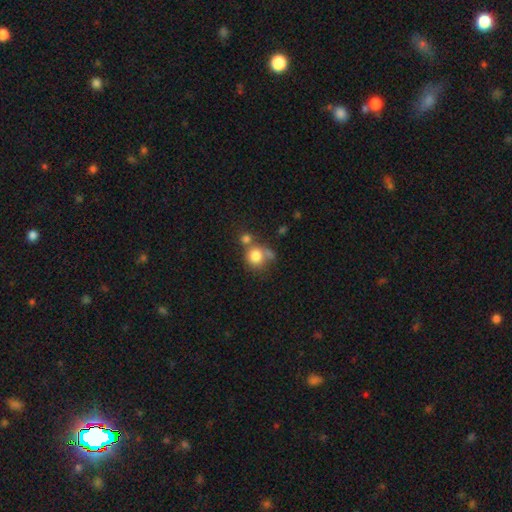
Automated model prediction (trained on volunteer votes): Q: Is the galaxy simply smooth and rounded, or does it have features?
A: smooth — 79%.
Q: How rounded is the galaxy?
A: round — 85%.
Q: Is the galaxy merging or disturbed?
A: none — 42%.